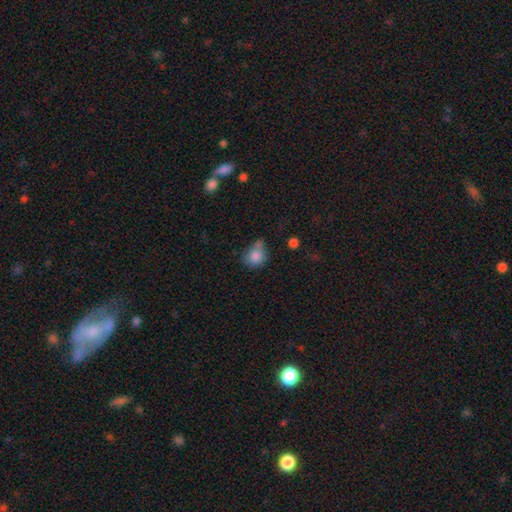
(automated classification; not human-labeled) Smooth or featured? Predicted: smooth (p=0.83). How rounded? Predicted: round (p=0.71). Merging? Predicted: none (p=0.46).